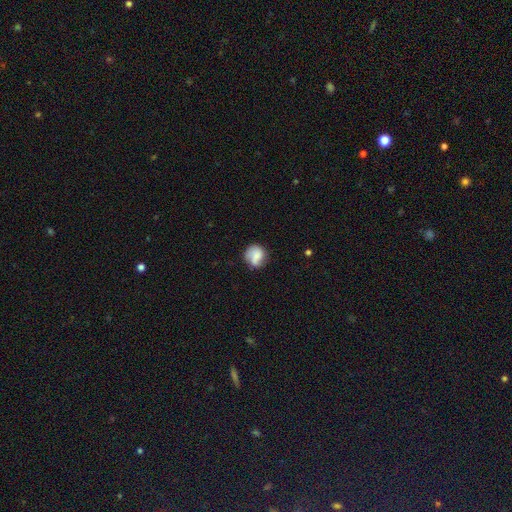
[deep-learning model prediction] smooth 65%, featured or disk 26%, star or artifact 9%. Down the decision tree: how rounded — round (80%); merging — none (59%).